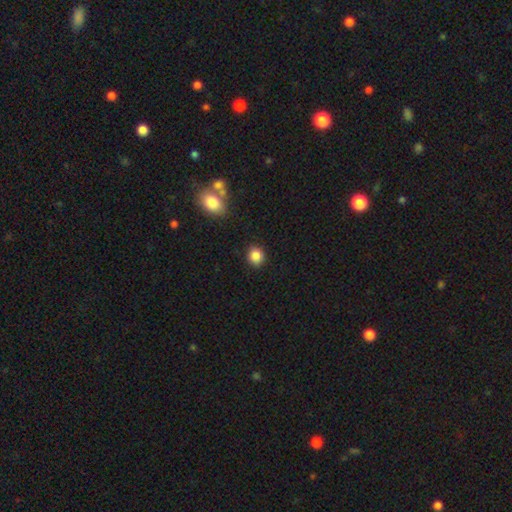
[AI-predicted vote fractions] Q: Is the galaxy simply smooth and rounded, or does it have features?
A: smooth — 86%.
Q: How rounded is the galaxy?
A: round — 78%.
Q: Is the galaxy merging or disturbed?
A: none — 89%.